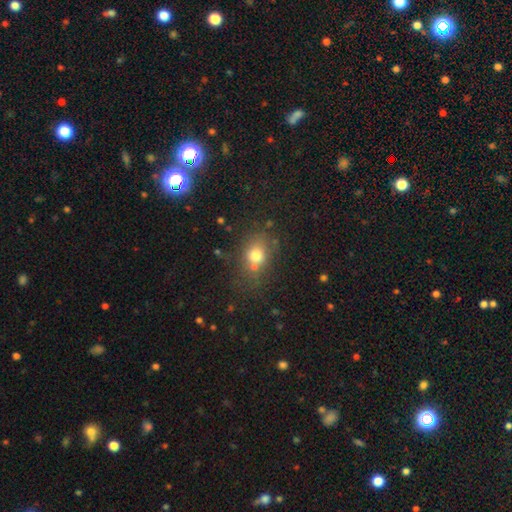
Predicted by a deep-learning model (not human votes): Smooth or featured? Predicted: smooth (p=0.72). How rounded? Predicted: round (p=0.54). Merging? Predicted: none (p=0.60).